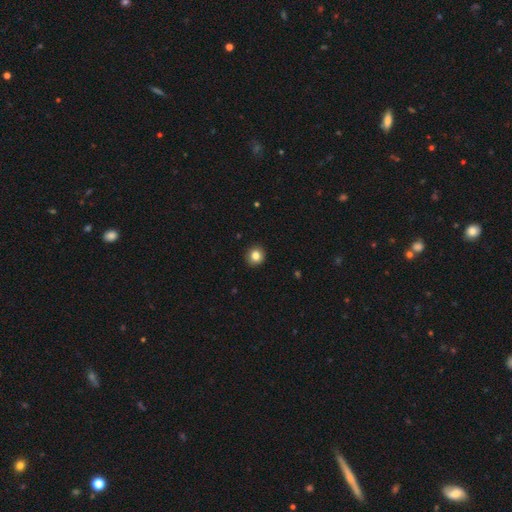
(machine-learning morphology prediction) The model was most divided on "smooth or featured": smooth: 83%, star or artifact: 10%, featured or disk: 7%. More confident: merging — none (92%); how rounded — round (91%).